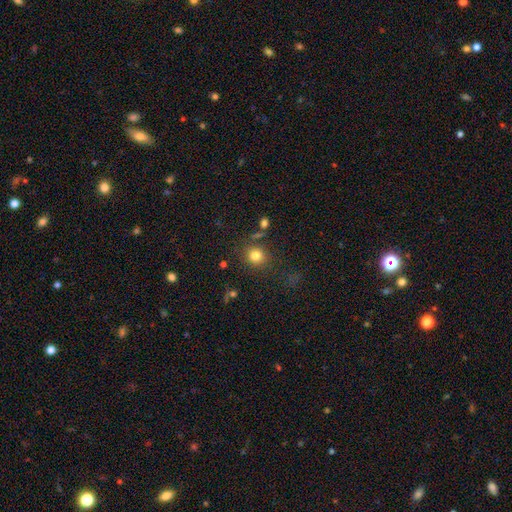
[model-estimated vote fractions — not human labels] smooth_or_featured: smooth (p=0.80) [alt: star or artifact p=0.13]
how_rounded: round (p=0.87) [alt: in between p=0.12]
merging: none (p=0.81) [alt: minor disturbance p=0.09]